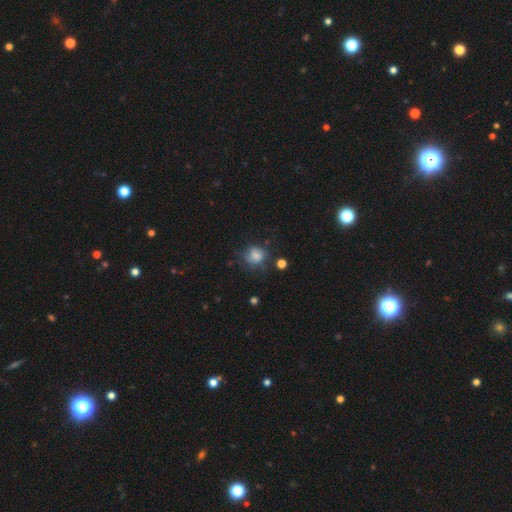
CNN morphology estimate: The model was most divided on "merging": none: 58%, minor disturbance: 25%, major disturbance: 13%, merger: 4%. More confident: smooth or featured — smooth (74%); how rounded — round (72%).